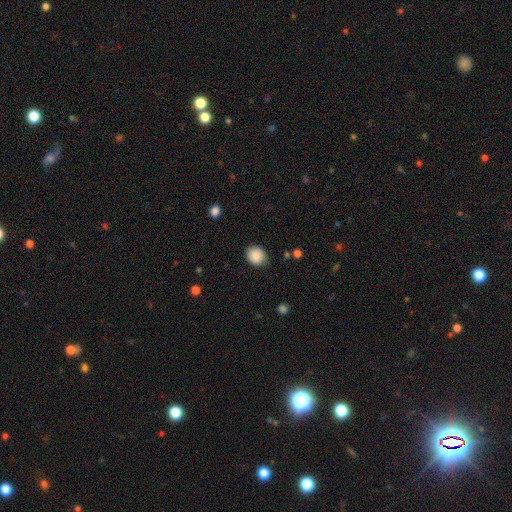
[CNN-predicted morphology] Smooth or featured? smooth (88%)
How rounded? round (69%)
Merging? none (79%)